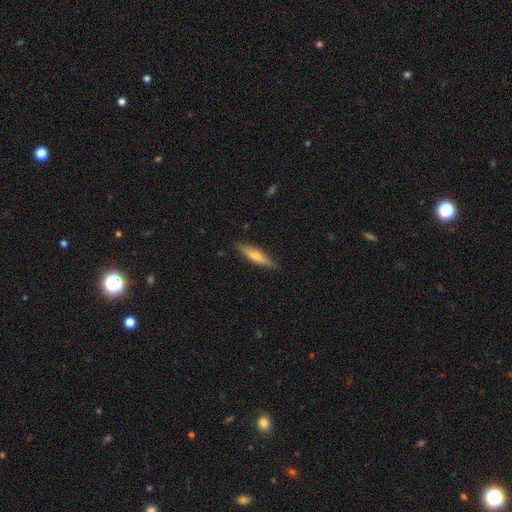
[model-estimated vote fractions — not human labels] Q: Smooth or featured?
A: featured or disk (47%); tied with: smooth (47%)
Q: Merging?
A: none (87%); runner-up: minor disturbance (10%)